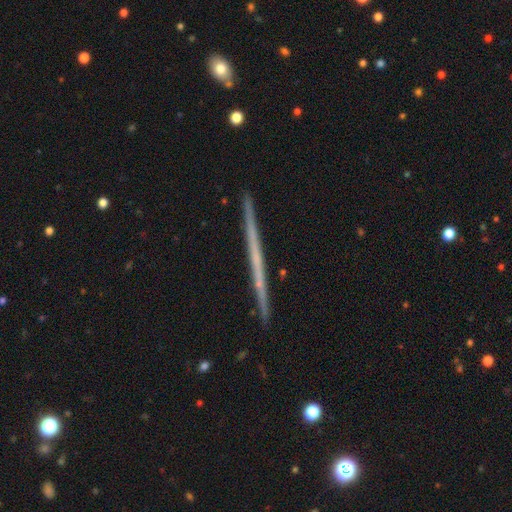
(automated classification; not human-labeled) Smooth or featured? Predicted: featured or disk (p=0.61). Edge-on disk? Predicted: yes (p=0.98). Edge-on bulge? Predicted: none (p=0.93). Merging? Predicted: none (p=0.92).